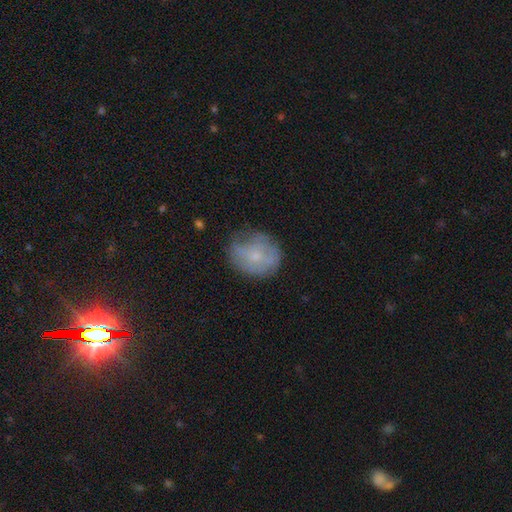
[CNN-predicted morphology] Smooth or featured: smooth — 53% (featured or disk — 37%)
How rounded: round — 68% (in between — 31%)
Merging: none — 60% (minor disturbance — 27%)